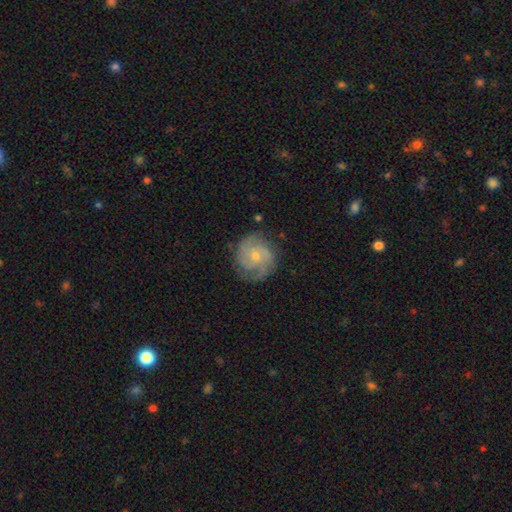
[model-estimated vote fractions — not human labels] The model was most divided on "spiral winding": tight: 51%, medium: 39%, loose: 10%. Remaining: edge-on disk — no (98%); spiral arms — yes (95%); smooth or featured — featured or disk (79%); merging — none (76%); bar — no (65%); bulge size — small (63%); spiral arm count — 2 (45%).